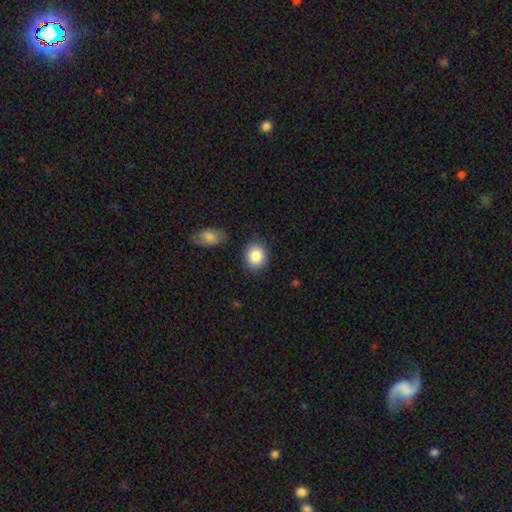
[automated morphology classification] A smooth galaxy with no disk features (86%) that is round (67%). Merging: none (84%).